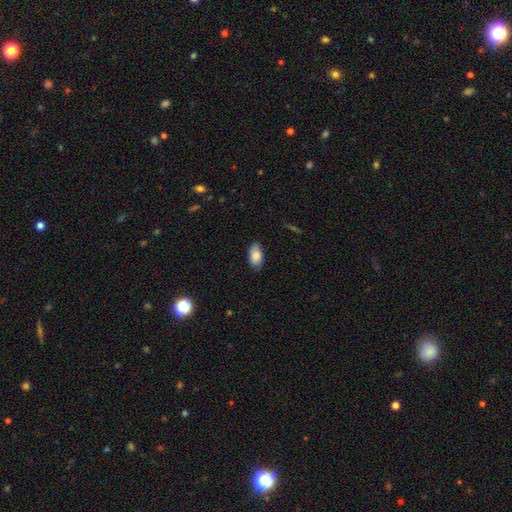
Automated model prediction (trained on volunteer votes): Smooth or featured? smooth (85%)
How rounded? in between (93%)
Merging? none (81%)